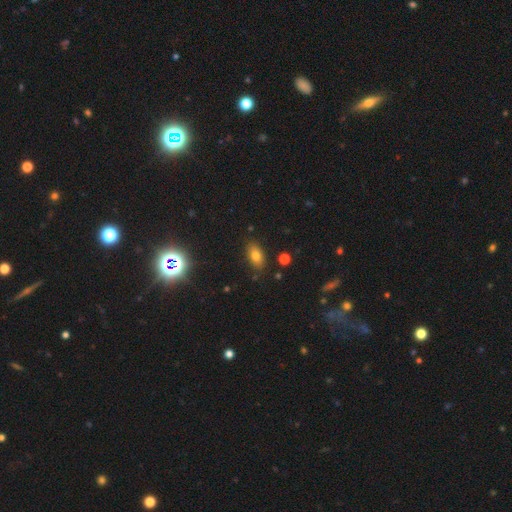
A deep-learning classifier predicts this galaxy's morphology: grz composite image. It shows a smooth galaxy with no disk features (76%) that is in between round and cigar-shaped (87%). Merging: none (85%).